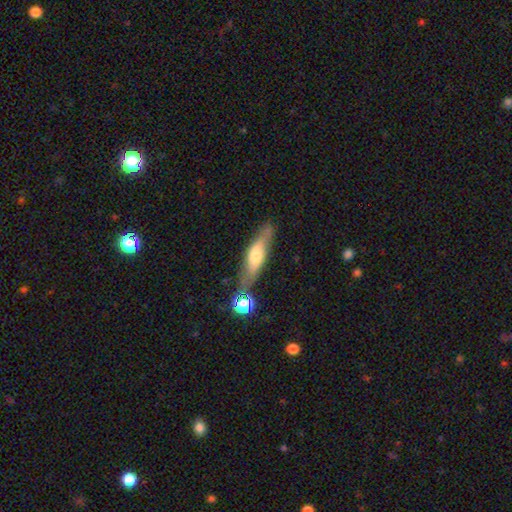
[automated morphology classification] smooth-or-featured: smooth: 47% | featured or disk: 45% | star or artifact: 8%
  merging: none: 68% | minor disturbance: 17% | merger: 10% | major disturbance: 5%